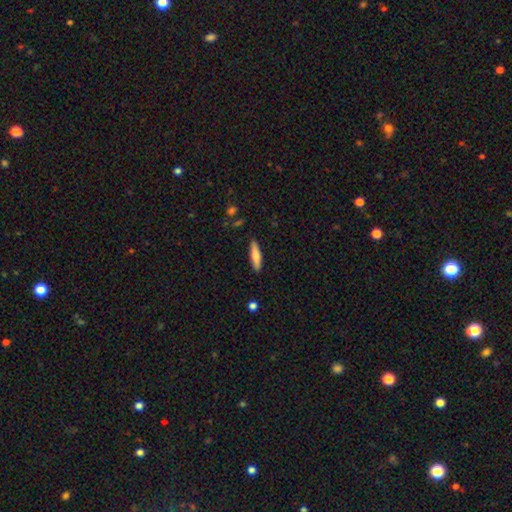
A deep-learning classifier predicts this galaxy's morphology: smooth_or_featured: smooth (p=0.74) [alt: featured or disk p=0.20]
how_rounded: cigar-shaped (p=0.79) [alt: in between p=0.19]
merging: none (p=0.88) [alt: minor disturbance p=0.08]